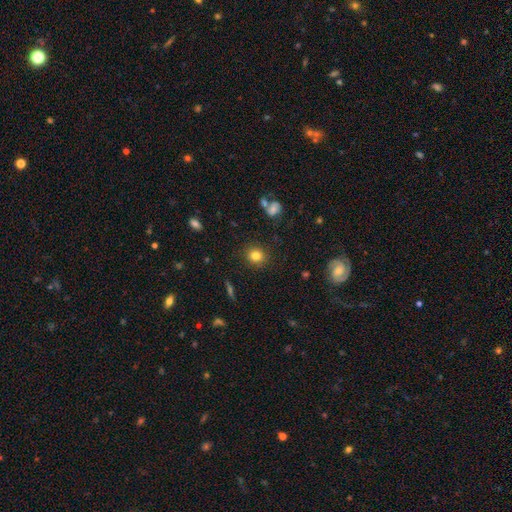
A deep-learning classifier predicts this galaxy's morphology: Smooth or featured: smooth — 82% (star or artifact — 11%)
How rounded: round — 78% (in between — 21%)
Merging: none — 88% (minor disturbance — 8%)